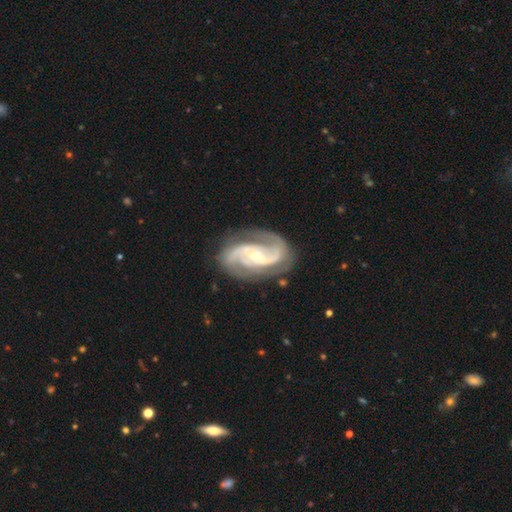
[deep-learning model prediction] Overall: featured or disk (91%). Edge-on disk: no (97%). Bar: no (45%; weak 36%). Spiral arms: yes (98%). Spiral arm count: 2 (81%). Spiral winding: medium (56%; tight 26%). Bulge size: small (60%; moderate 37%). Merging: none (76%).